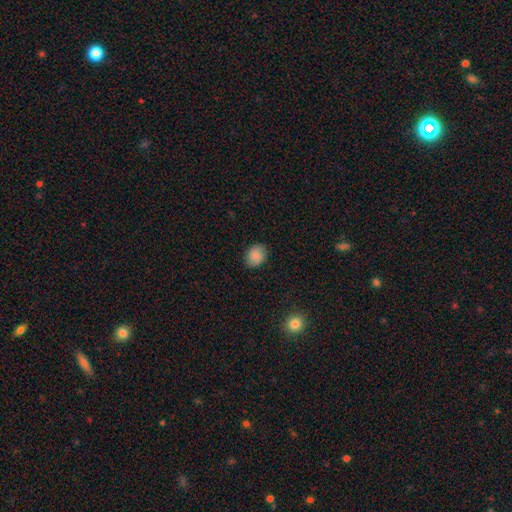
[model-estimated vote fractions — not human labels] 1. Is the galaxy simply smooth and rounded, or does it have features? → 85% smooth, 9% star or artifact, 6% featured or disk.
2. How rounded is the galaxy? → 51% round, 48% in between, 1% cigar-shaped.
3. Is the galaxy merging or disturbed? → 85% none, 11% minor disturbance, 3% major disturbance, 1% merger.